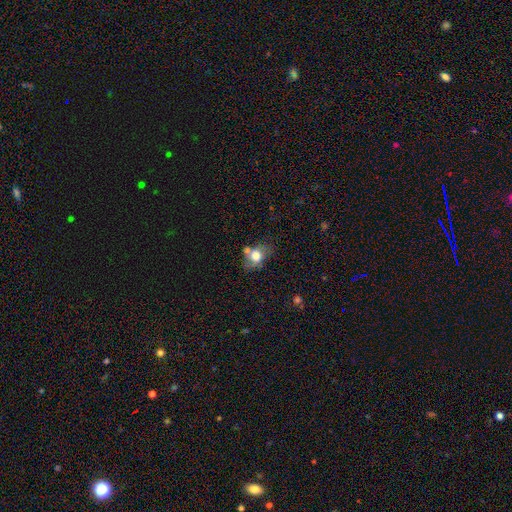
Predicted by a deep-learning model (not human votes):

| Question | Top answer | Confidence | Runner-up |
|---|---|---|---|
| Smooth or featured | smooth | 68% | featured or disk (22%) |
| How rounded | in between | 60% | round (38%) |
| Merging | none | 42% | minor disturbance (24%) |